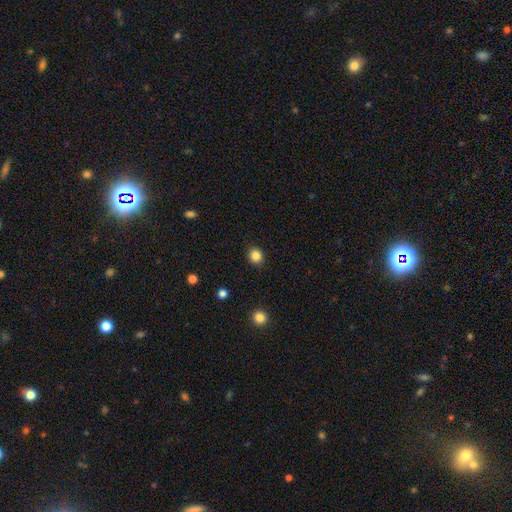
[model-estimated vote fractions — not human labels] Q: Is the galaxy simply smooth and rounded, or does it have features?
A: smooth — 85%.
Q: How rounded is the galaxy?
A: round — 81%.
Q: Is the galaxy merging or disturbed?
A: none — 91%.